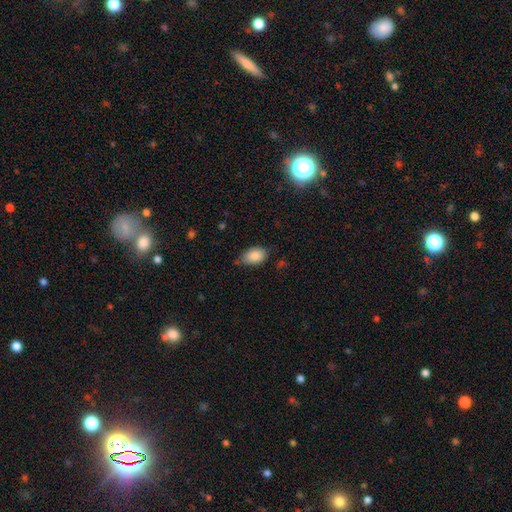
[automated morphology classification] Smooth or featured?
  - smooth: 87% *
  - star or artifact: 7%
  - featured or disk: 6%
How rounded?
  - in between: 89% *
  - round: 9%
  - cigar-shaped: 2%
Merging?
  - none: 61% *
  - minor disturbance: 31%
  - major disturbance: 6%
  - merger: 2%